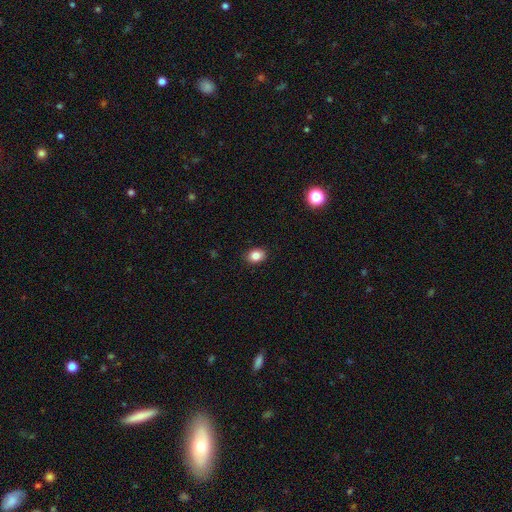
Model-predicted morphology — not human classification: A smooth galaxy with no disk features (85%) that is in between round and cigar-shaped (64%). Merging: none (90%).